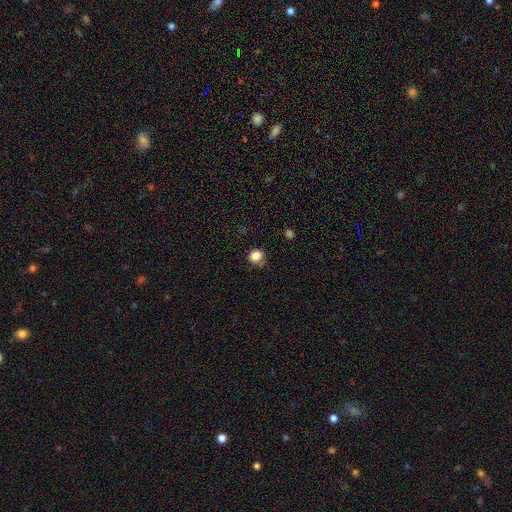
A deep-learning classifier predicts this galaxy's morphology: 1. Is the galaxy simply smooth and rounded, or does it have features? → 82% smooth, 12% star or artifact, 6% featured or disk.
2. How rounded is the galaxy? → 75% round, 24% in between, 1% cigar-shaped.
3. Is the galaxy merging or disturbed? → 69% none, 21% minor disturbance, 6% major disturbance, 4% merger.